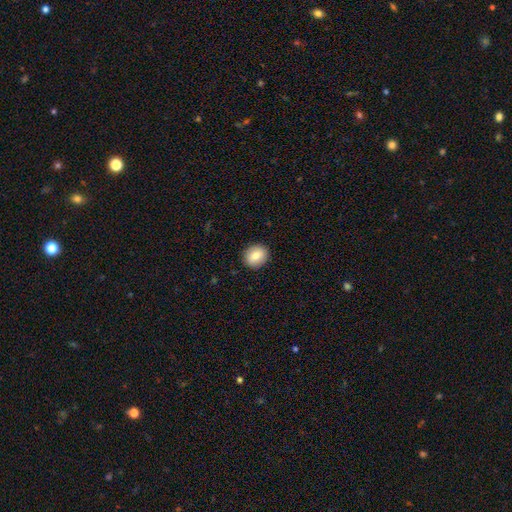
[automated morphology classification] This appears to be a smooth galaxy with no disk features (81%) that is round (70%). Merging: none (90%).